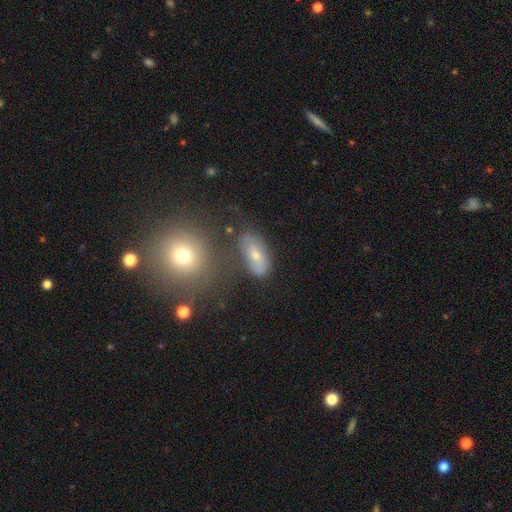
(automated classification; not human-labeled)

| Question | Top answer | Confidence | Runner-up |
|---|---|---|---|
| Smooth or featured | smooth | 55% | featured or disk (32%) |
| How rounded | in between | 84% | round (11%) |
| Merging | none | 61% | minor disturbance (20%) |